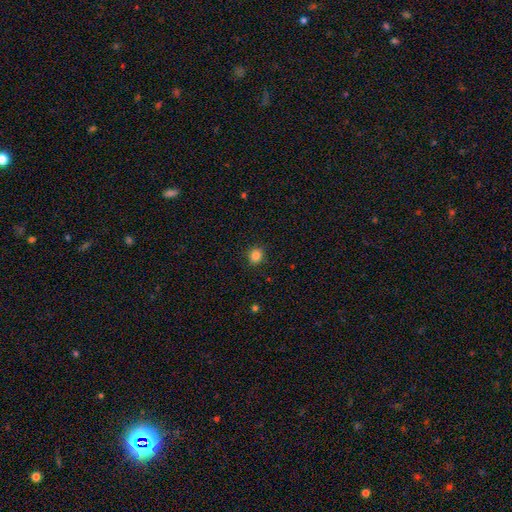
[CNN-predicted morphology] This appears to be a smooth galaxy with no disk features (85%) that is round (80%). Merging: none (90%).